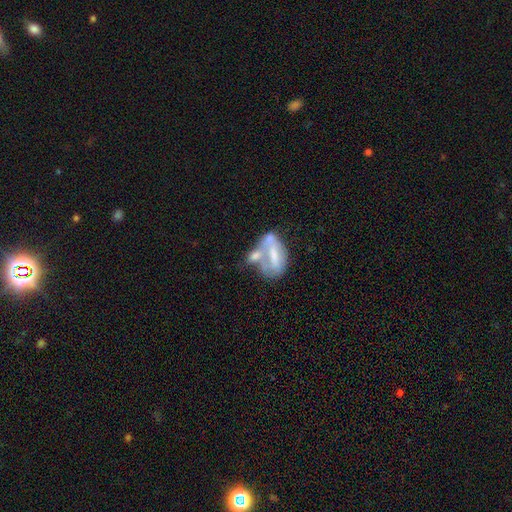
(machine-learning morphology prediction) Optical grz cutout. It shows a featured or disk galaxy (49%). Merging: merger (51%).